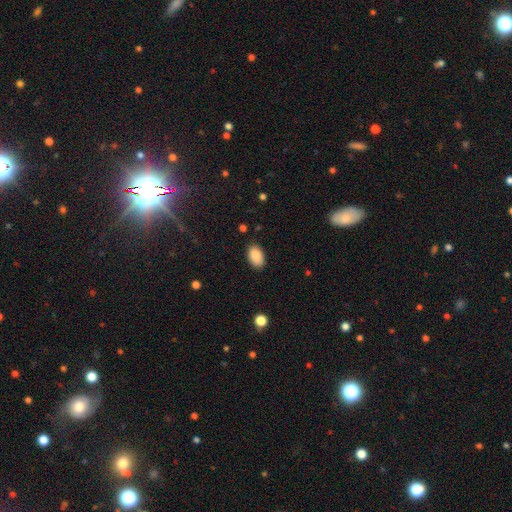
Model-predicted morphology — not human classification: A smooth galaxy with no disk features (88%) that is in between round and cigar-shaped (93%). Merging: none (86%).